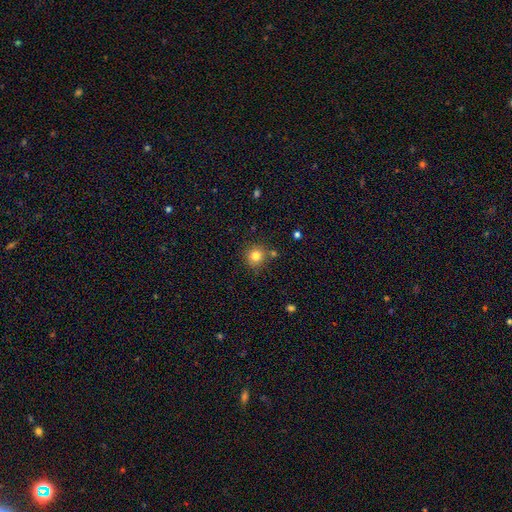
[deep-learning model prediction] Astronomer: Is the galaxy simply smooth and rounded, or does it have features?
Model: smooth — 81%.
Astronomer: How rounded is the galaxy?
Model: round — 90%.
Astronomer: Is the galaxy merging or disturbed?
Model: none — 79%.